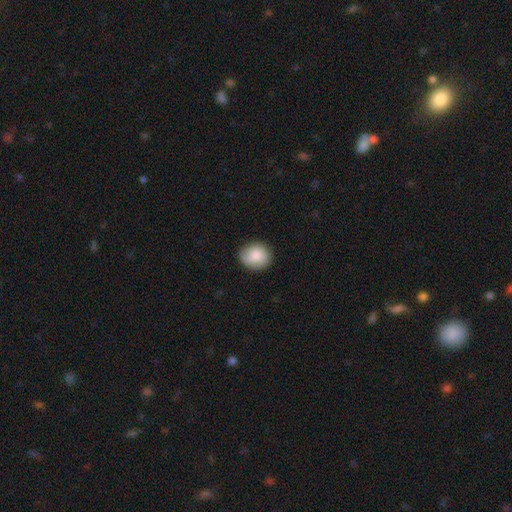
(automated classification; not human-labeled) Overall: smooth (84%). How rounded: round (71%). Merging: none (85%).